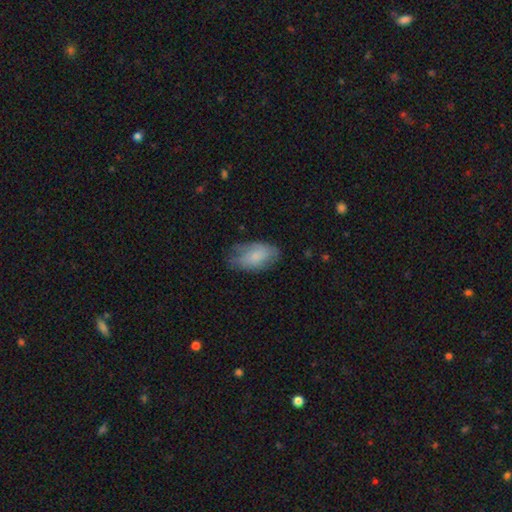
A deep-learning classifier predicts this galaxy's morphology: This is likely a smooth galaxy (71%). How rounded: clearly in between (93%). Merging: possibly none (60%).